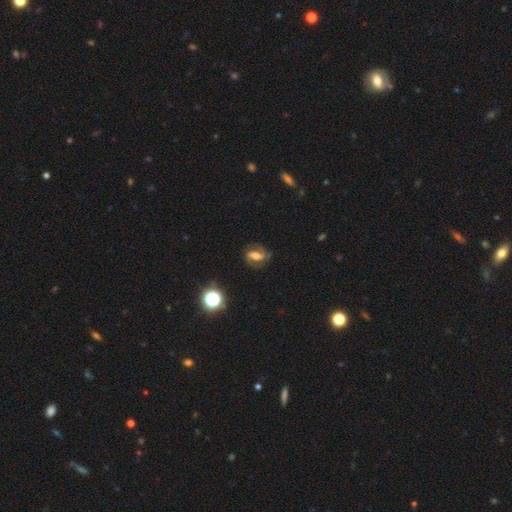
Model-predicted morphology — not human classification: Smooth or featured? featured or disk (63%)
Edge-on disk? no (94%)
Bar? weak (39%)
Spiral arms? yes (88%)
Spiral winding? medium (49%)
Spiral arm count? 2 (79%)
Bulge size? moderate (48%)
Merging? none (71%)